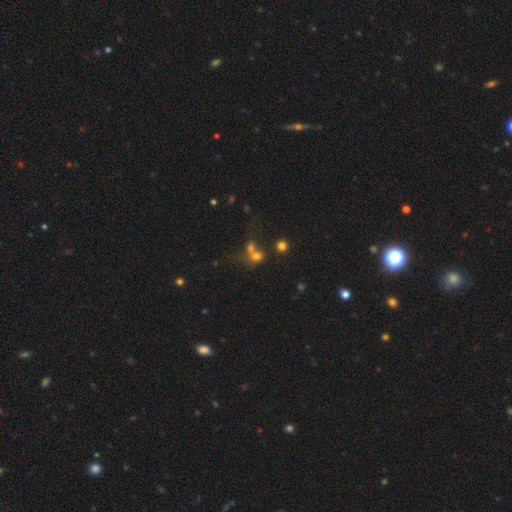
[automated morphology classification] Smooth or featured?
  - smooth: 66% *
  - star or artifact: 20%
  - featured or disk: 14%
How rounded?
  - round: 71% *
  - in between: 28%
  - cigar-shaped: 1%
Merging?
  - merger: 50% *
  - none: 34%
  - minor disturbance: 8%
  - major disturbance: 7%